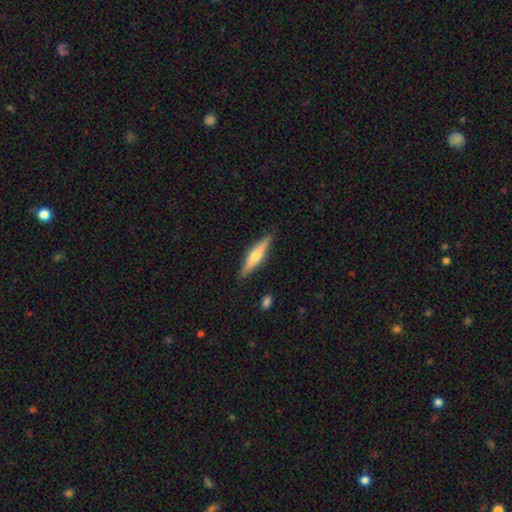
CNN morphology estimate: smooth_or_featured: featured or disk (p=0.59) [alt: smooth p=0.35]
disk_edge_on: yes (p=0.96) [alt: no p=0.04]
edge_on_bulge: rounded (p=0.88) [alt: boxy p=0.06]
merging: none (p=0.88) [alt: minor disturbance p=0.09]